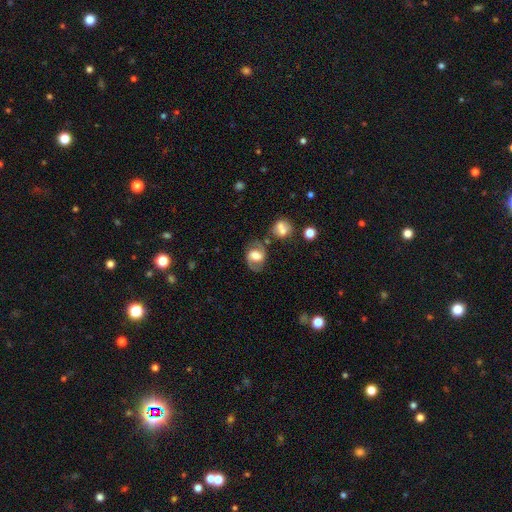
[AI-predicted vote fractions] Smooth or featured? Predicted: featured or disk (p=0.65). Edge-on disk? Predicted: no (p=0.96). Bar? Predicted: weak (p=0.45). Spiral arms? Predicted: yes (p=0.86). Spiral winding? Predicted: medium (p=0.52). Spiral arm count? Predicted: 2 (p=0.88). Bulge size? Predicted: moderate (p=0.41). Merging? Predicted: none (p=0.69).